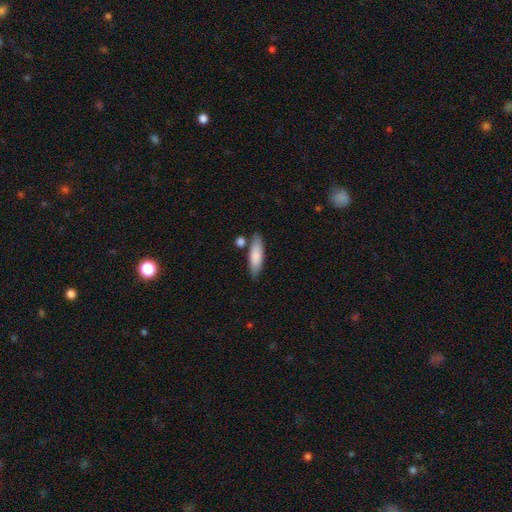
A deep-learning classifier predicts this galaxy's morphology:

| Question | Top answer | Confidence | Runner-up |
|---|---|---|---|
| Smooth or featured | smooth | 82% | featured or disk (12%) |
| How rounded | cigar-shaped | 51% | in between (47%) |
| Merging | none | 76% | minor disturbance (12%) |